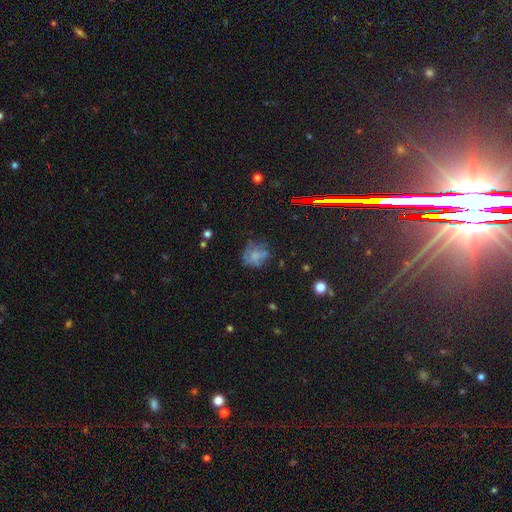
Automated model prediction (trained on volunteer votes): A smooth galaxy with no disk features (44%).

Vote fractions:
- Smooth or featured? smooth: 44% / featured or disk: 37% / star or artifact: 18%
- Merging? none: 51% / minor disturbance: 24% / major disturbance: 19% / merger: 5%